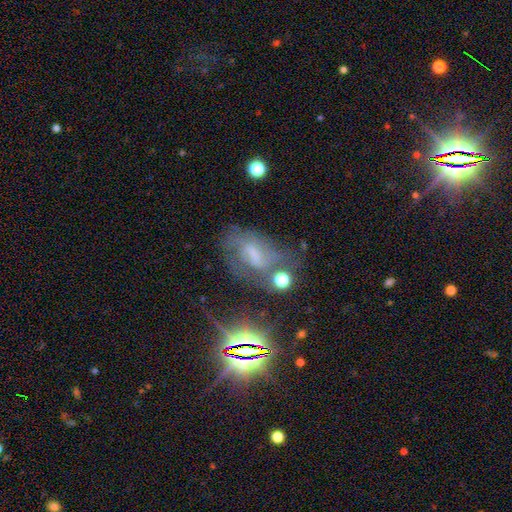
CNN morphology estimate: Smooth or featured? featured or disk (51%)
Edge-on disk? no (92%)
Merging? none (48%)